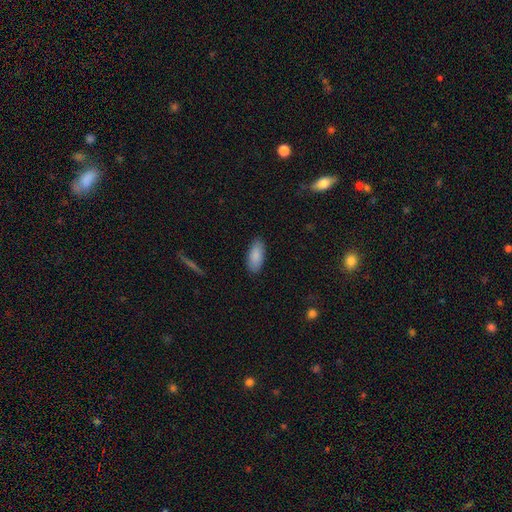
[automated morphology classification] smooth-or-featured: smooth: 88% | featured or disk: 6% | star or artifact: 6%
  how-rounded: in between: 88% | cigar-shaped: 11% | round: 2%
  merging: none: 87% | minor disturbance: 10% | major disturbance: 2% | merger: 1%